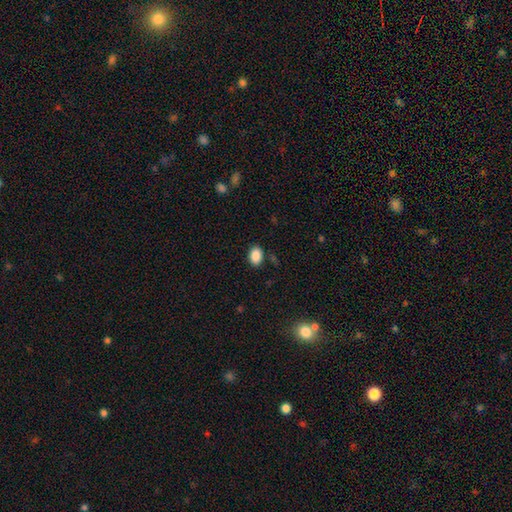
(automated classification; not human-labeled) This appears to be a smooth galaxy with no disk features (89%) that is in between round and cigar-shaped (84%). Merging: none (85%).